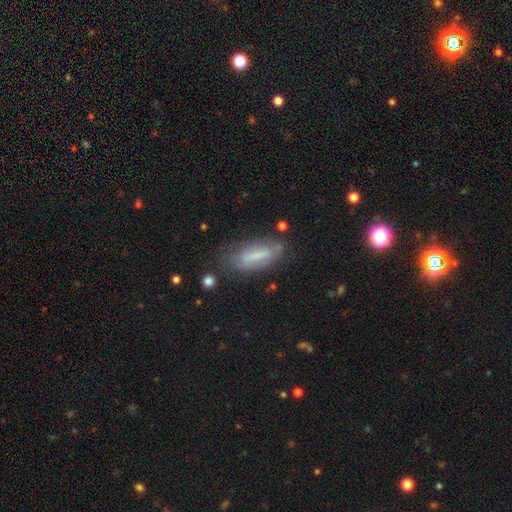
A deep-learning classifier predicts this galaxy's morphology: The model was most divided on "how rounded": in between: 57%, cigar-shaped: 41%, round: 2%. More confident: merging — none (65%); smooth or featured — smooth (55%).